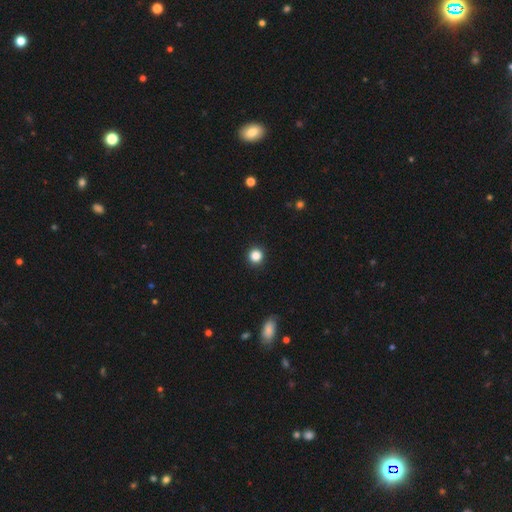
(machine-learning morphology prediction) A smooth galaxy with no disk features (86%) that is round (94%). Merging: none (93%).